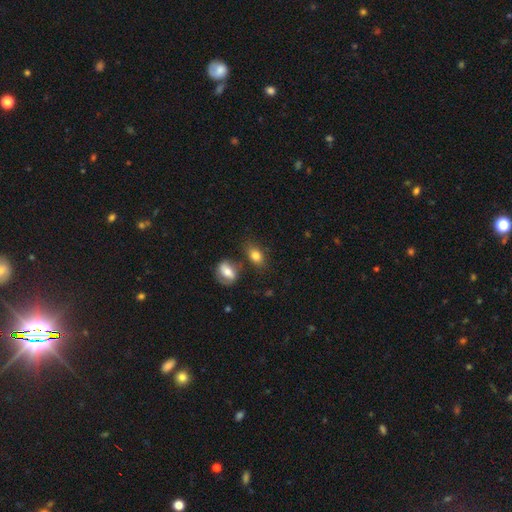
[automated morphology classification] Q: Smooth or featured?
A: smooth (79%); runner-up: featured or disk (12%)
Q: How rounded?
A: in between (79%); runner-up: round (18%)
Q: Merging?
A: none (68%); runner-up: minor disturbance (15%)